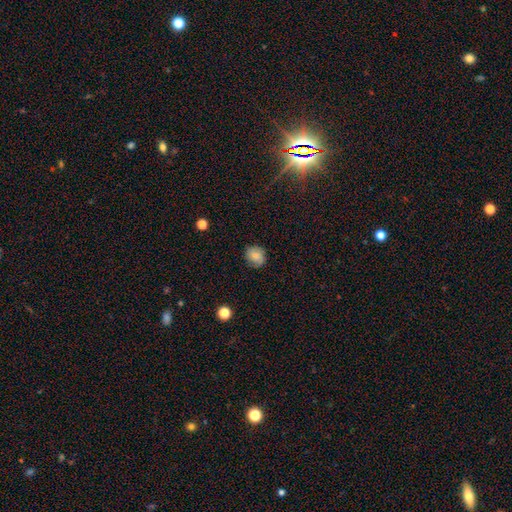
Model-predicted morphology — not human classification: Smooth or featured? Predicted: smooth (p=0.77). How rounded? Predicted: round (p=0.68). Merging? Predicted: none (p=0.75).